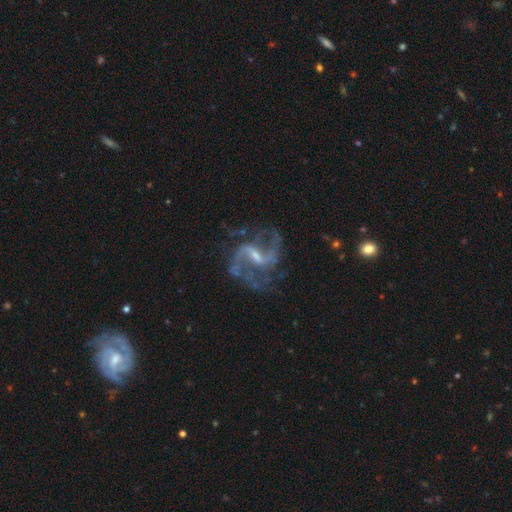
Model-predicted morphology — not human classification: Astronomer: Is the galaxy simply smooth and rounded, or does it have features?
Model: featured or disk — 90%.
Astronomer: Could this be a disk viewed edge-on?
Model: no — 98%.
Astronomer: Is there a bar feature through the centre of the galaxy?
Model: weak — 53% (runner-up: strong, 35%).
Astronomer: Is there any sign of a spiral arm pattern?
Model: yes — 97%.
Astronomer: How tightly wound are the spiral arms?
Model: loose — 47% (runner-up: medium, 45%).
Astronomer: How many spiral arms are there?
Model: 2 — 86%.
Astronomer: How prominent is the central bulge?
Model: small — 56%.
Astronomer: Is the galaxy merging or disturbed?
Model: none — 65%.